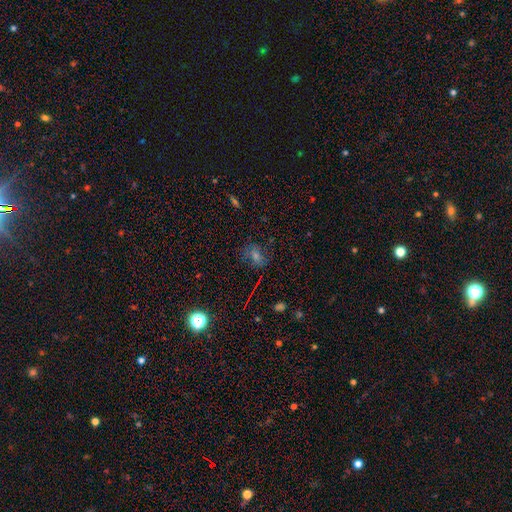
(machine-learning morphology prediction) Smooth or featured? Predicted: star or artifact (p=0.39, tied with smooth).